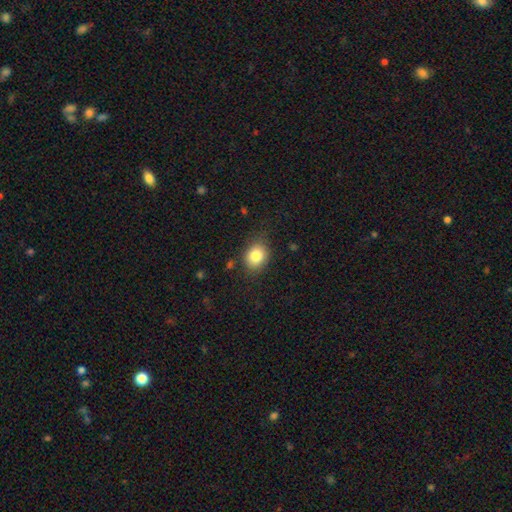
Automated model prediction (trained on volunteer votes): Morphology: type=smooth (83%); roundness=round (51%); merging=none (81%).